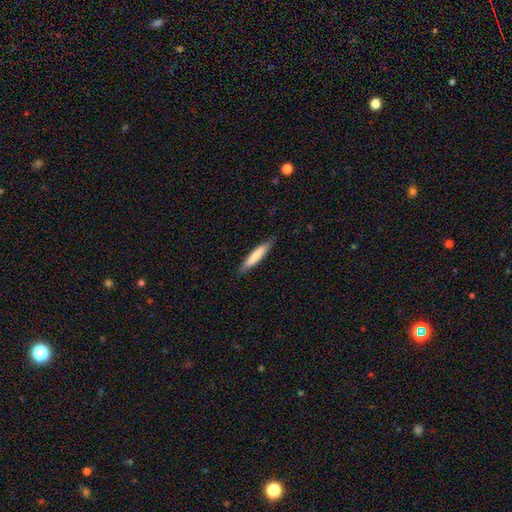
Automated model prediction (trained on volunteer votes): smooth 73%, featured or disk 22%, star or artifact 5%. Down the decision tree: how rounded — cigar-shaped (89%); merging — none (86%).